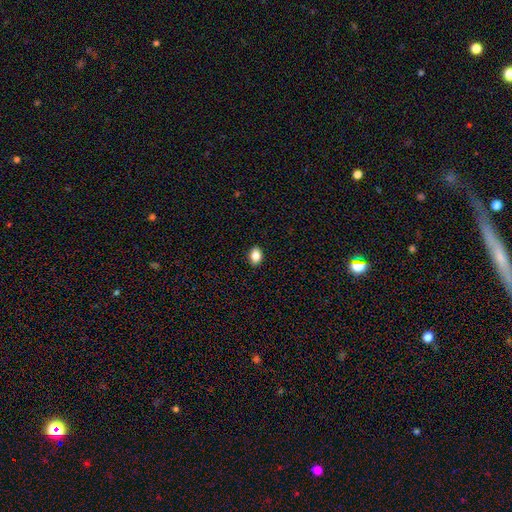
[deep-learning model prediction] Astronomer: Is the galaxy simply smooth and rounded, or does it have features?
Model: smooth — 87%.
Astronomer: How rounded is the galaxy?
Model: in between — 76%.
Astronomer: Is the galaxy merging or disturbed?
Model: none — 91%.